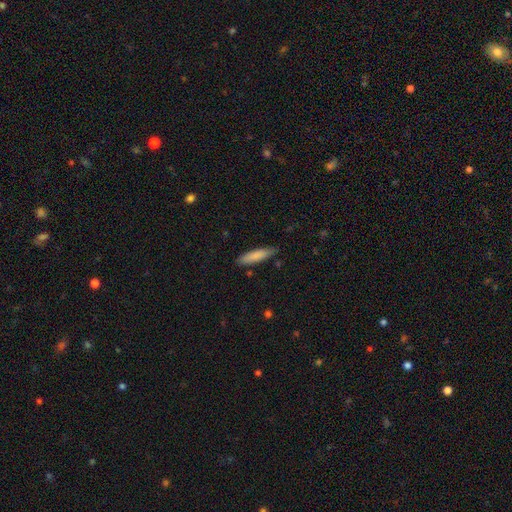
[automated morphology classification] smooth_or_featured: smooth (p=0.83) [alt: featured or disk p=0.11]
how_rounded: cigar-shaped (p=0.76) [alt: in between p=0.23]
merging: none (p=0.83) [alt: minor disturbance p=0.13]